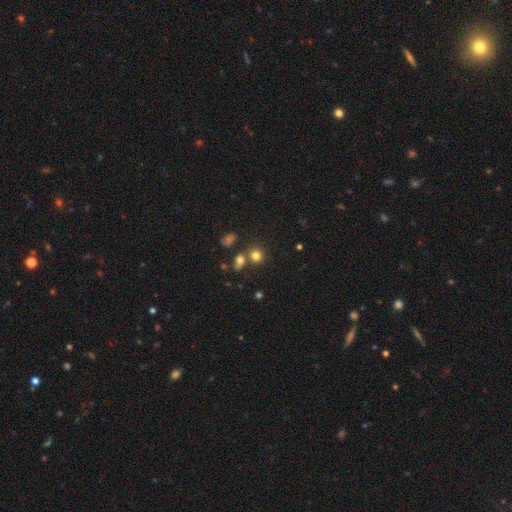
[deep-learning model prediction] Morphology: type=smooth (78%); roundness=round (81%); merging=none (65%).